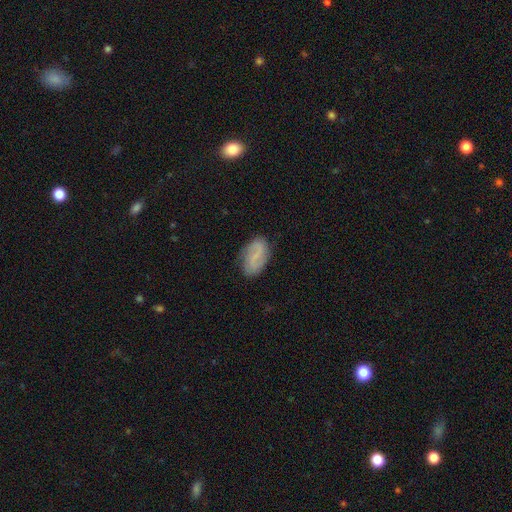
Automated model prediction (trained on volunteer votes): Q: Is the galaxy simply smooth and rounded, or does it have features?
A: featured or disk — 56%.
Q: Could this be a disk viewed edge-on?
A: no — 96%.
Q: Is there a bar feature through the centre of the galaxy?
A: weak — 48%.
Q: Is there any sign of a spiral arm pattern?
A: yes — 86%.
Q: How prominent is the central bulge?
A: small — 53%.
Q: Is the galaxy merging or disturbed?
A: none — 79%.